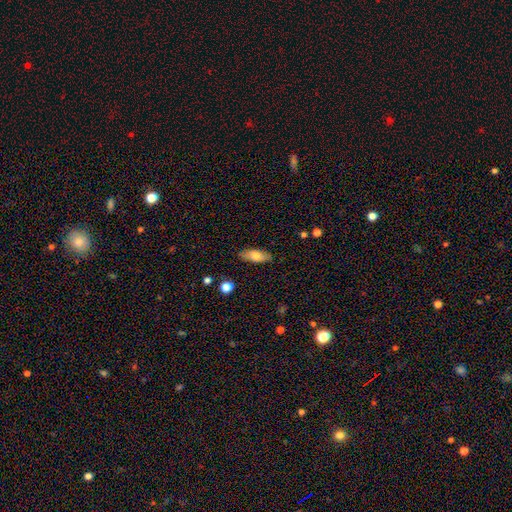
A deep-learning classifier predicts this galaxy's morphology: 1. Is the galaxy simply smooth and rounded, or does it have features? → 76% smooth, 17% featured or disk, 7% star or artifact.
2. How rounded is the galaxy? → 78% in between, 19% cigar-shaped, 3% round.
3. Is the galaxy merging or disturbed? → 85% none, 12% minor disturbance, 2% major disturbance, 1% merger.